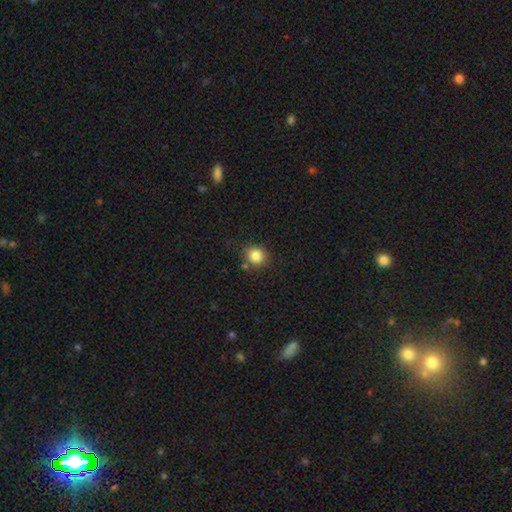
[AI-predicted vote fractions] Morphology: type=smooth (84%); roundness=round (86%); merging=none (79%).